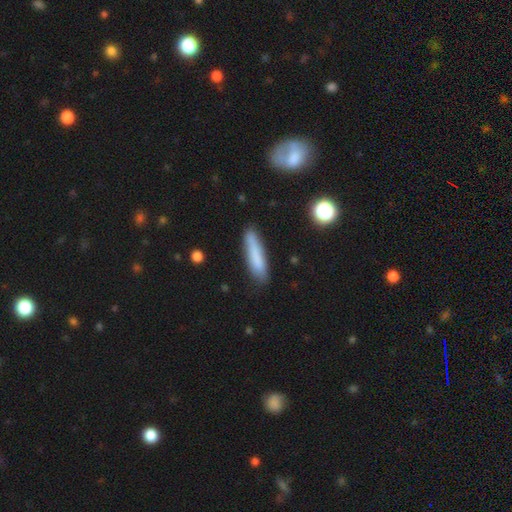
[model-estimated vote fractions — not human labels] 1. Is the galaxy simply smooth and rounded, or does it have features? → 79% smooth, 14% featured or disk, 7% star or artifact.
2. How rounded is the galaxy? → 83% cigar-shaped, 15% in between, 2% round.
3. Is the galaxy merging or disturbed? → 81% none, 14% minor disturbance, 3% major disturbance, 2% merger.